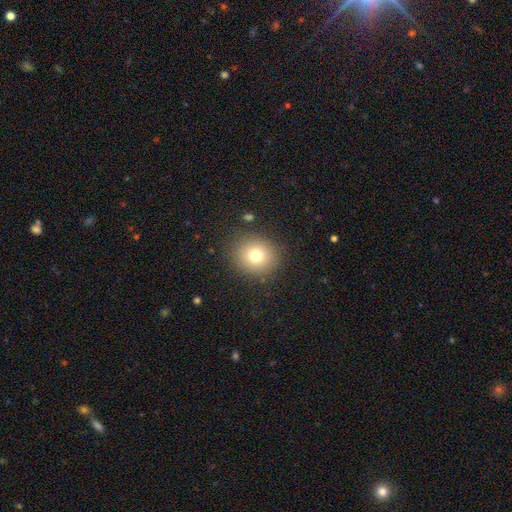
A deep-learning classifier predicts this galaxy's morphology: Overall: smooth (74%). How rounded: round (87%). Merging: none (87%).